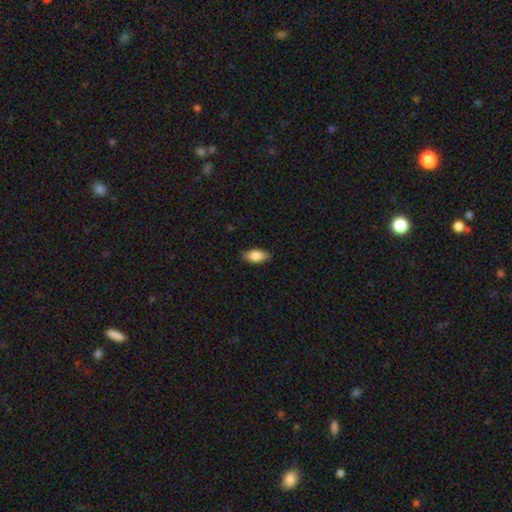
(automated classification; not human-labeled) This is clearly a smooth galaxy (83%). How rounded: clearly in between (89%). Merging: clearly none (85%).